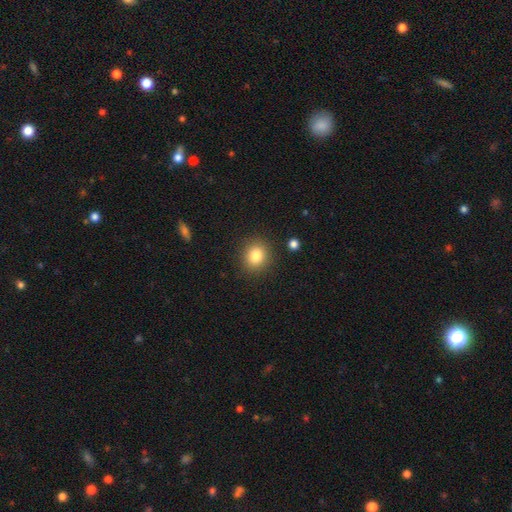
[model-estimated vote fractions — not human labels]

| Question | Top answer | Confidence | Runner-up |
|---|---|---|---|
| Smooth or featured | smooth | 82% | star or artifact (11%) |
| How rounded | round | 81% | in between (18%) |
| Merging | none | 89% | minor disturbance (7%) |